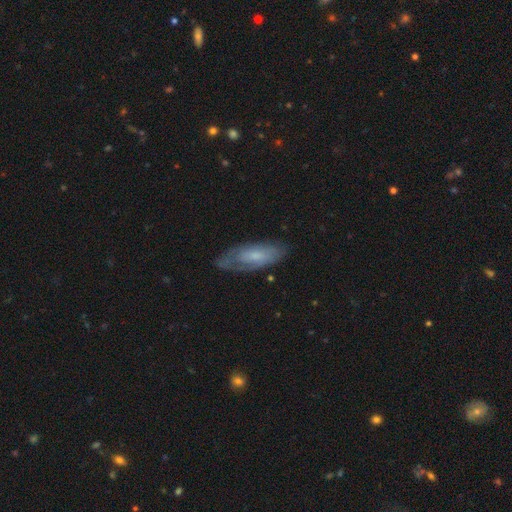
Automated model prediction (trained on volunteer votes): Morphology: type=smooth (48%); merging=none (64%).